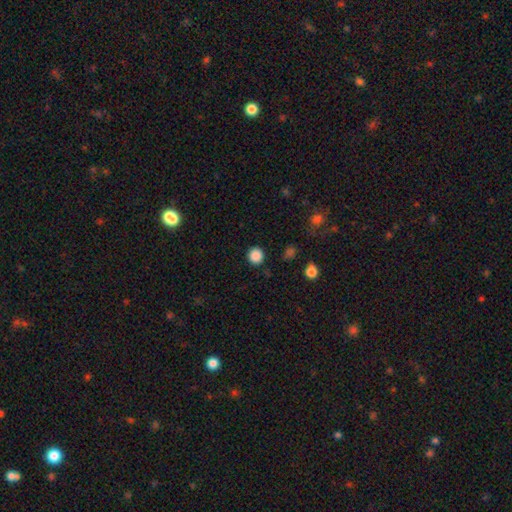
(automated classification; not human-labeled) A smooth galaxy with no disk features (87%) that is round (93%).

Vote fractions:
- Smooth or featured? smooth: 87% / star or artifact: 10% / featured or disk: 3%
- How rounded? round: 93% / in between: 6% / cigar-shaped: 1%
- Merging? none: 91% / minor disturbance: 6% / major disturbance: 2% / merger: 1%